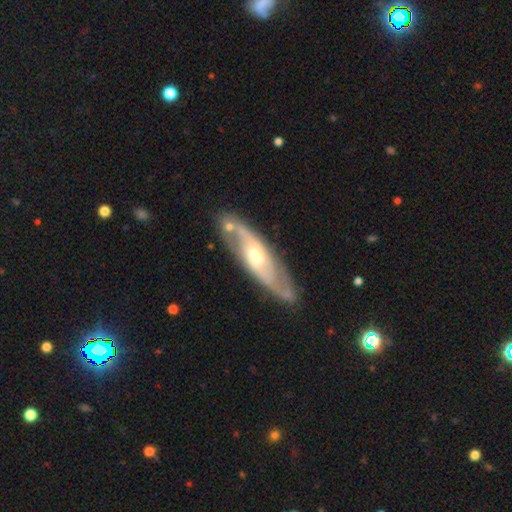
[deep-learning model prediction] A featured or disk galaxy (77%) with no bar (45%), 2 (80%) medium (46%) spiral arms (85%) and a moderate central bulge (63%). Merging: none (77%).